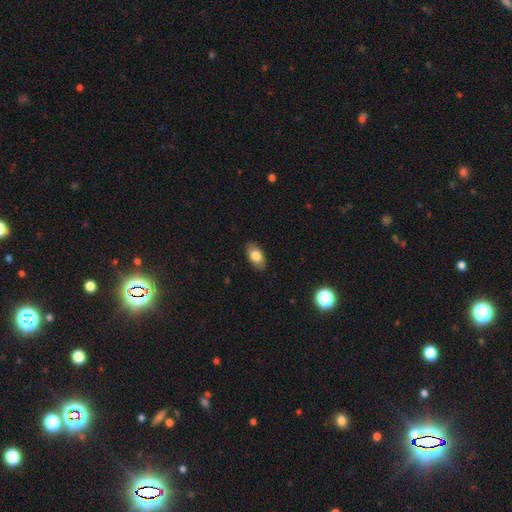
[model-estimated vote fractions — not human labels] This appears to be a smooth galaxy with no disk features (80%) that is in between round and cigar-shaped (92%). Merging: none (87%).